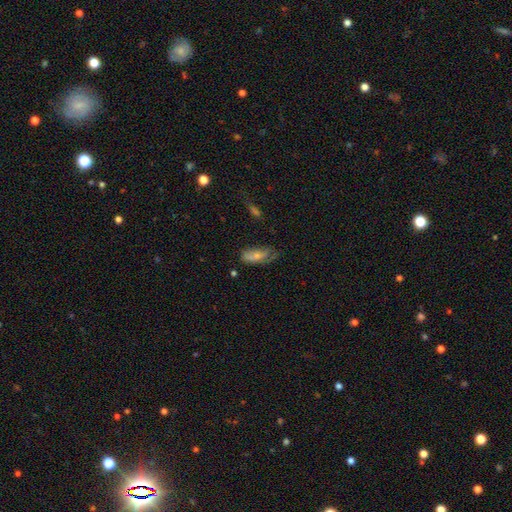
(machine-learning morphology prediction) Smooth or featured?
  - smooth: 64% *
  - featured or disk: 29%
  - star or artifact: 8%
How rounded?
  - in between: 81% *
  - cigar-shaped: 16%
  - round: 3%
Merging?
  - none: 42% *
  - minor disturbance: 33%
  - major disturbance: 20%
  - merger: 4%